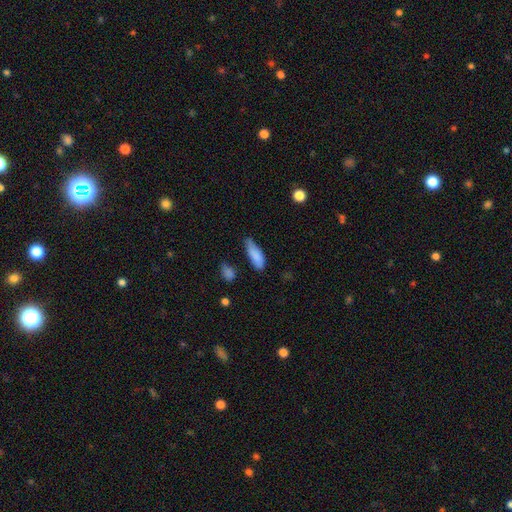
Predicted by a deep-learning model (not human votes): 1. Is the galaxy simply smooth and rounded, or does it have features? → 84% smooth, 9% featured or disk, 7% star or artifact.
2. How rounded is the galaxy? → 66% in between, 32% cigar-shaped, 2% round.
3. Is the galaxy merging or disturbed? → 50% none, 38% minor disturbance, 9% major disturbance, 4% merger.